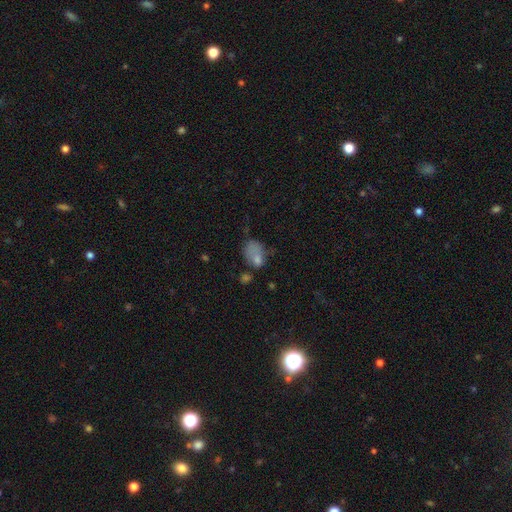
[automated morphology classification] A smooth galaxy with no disk features (70%) that is in between round and cigar-shaped (72%).

Vote fractions:
- Smooth or featured? smooth: 70% / featured or disk: 17% / star or artifact: 12%
- How rounded? in between: 72% / round: 26% / cigar-shaped: 1%
- Merging? none: 29% / major disturbance: 28% / minor disturbance: 25% / merger: 18%